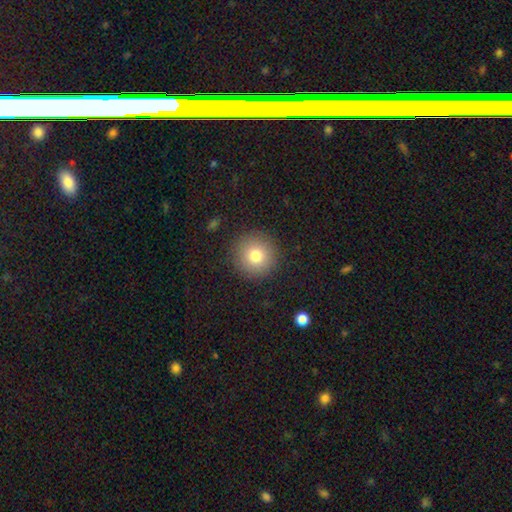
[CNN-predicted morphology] This appears to be a smooth galaxy with no disk features (79%) that is round (95%). Merging: none (91%).